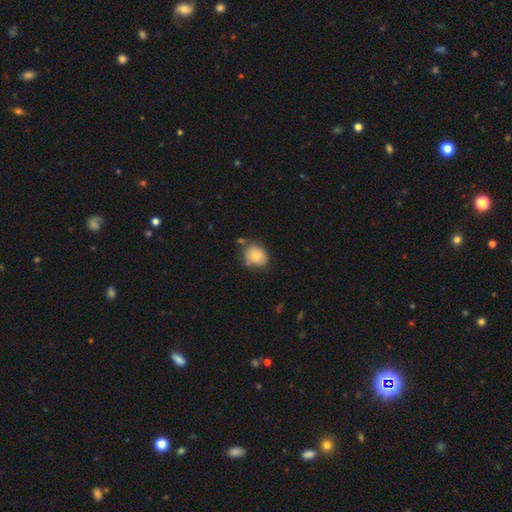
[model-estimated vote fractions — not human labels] This is likely a smooth galaxy (78%). How rounded: possibly in between (50%). Merging: possibly none (60%).